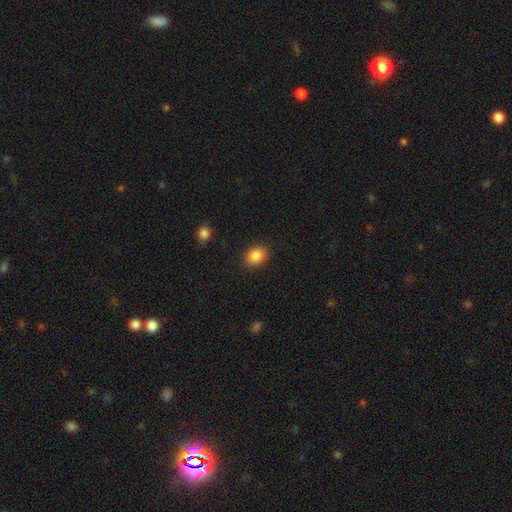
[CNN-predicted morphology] type=smooth (87%); roundness=in between (57%); merging=none (87%).